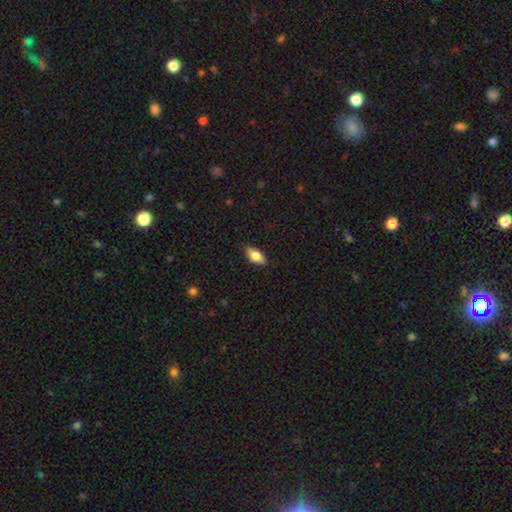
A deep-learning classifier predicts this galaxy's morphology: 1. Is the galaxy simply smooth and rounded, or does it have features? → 75% smooth, 18% featured or disk, 7% star or artifact.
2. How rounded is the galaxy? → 86% in between, 9% cigar-shaped, 5% round.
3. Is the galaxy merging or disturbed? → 84% none, 13% minor disturbance, 2% major disturbance, 1% merger.